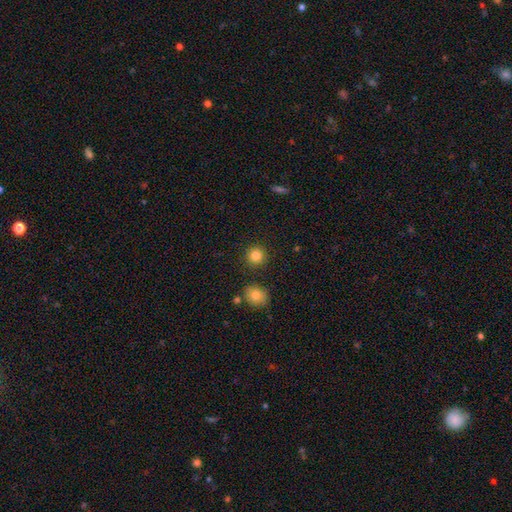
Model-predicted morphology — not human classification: smooth 84%, star or artifact 11%, featured or disk 5%. Down the decision tree: how rounded — round (93%); merging — none (89%).